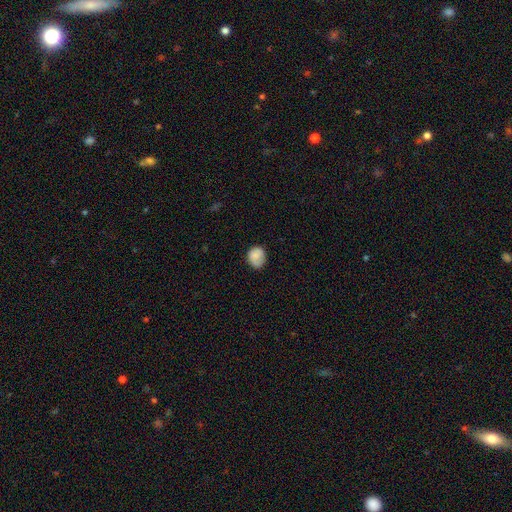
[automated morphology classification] This is clearly a smooth galaxy (84%). How rounded: likely round (69%). Merging: likely none (68%).